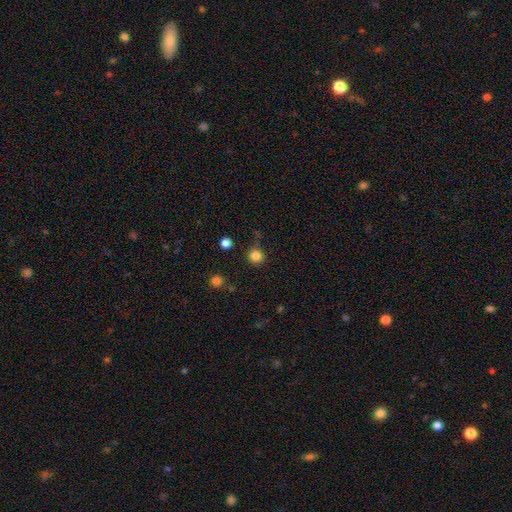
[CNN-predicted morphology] Smooth or featured: smooth — 83% (star or artifact — 13%)
How rounded: round — 93% (in between — 6%)
Merging: none — 81% (minor disturbance — 11%)